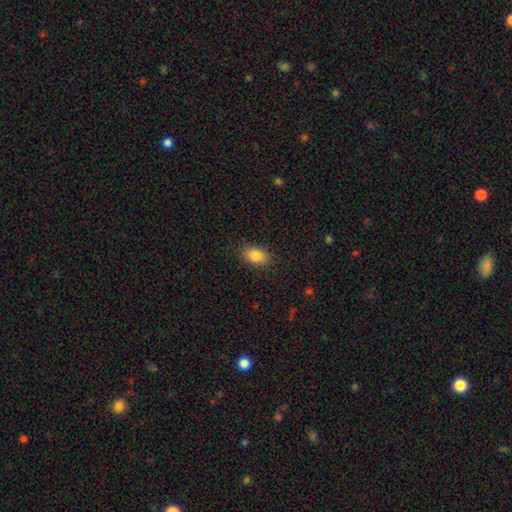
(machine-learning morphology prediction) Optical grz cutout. It shows a smooth galaxy with no disk features (85%) that is in between round and cigar-shaped (88%). Merging: none (88%).